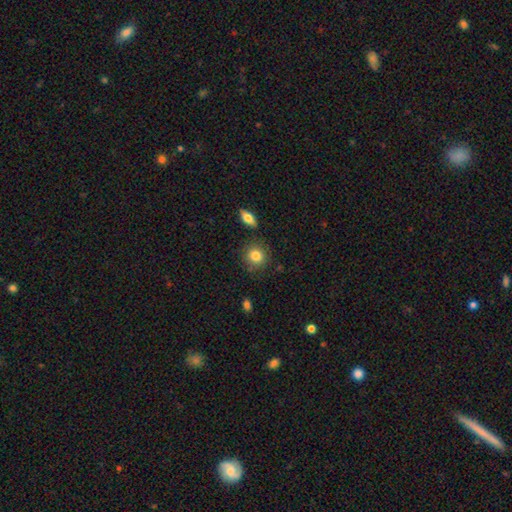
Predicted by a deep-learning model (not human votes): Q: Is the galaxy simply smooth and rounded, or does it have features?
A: smooth — 84%.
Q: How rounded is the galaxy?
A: round — 83%.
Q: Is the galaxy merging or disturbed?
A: none — 82%.